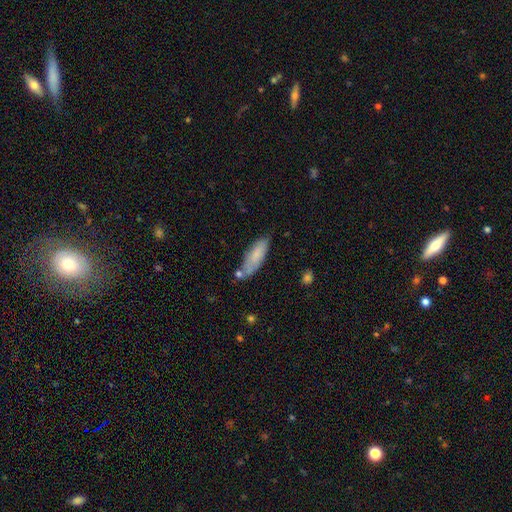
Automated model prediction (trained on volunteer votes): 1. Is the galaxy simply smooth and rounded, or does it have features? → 74% smooth, 20% featured or disk, 7% star or artifact.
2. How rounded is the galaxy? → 61% in between, 37% cigar-shaped, 2% round.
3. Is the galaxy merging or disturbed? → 61% none, 25% minor disturbance, 9% merger, 5% major disturbance.